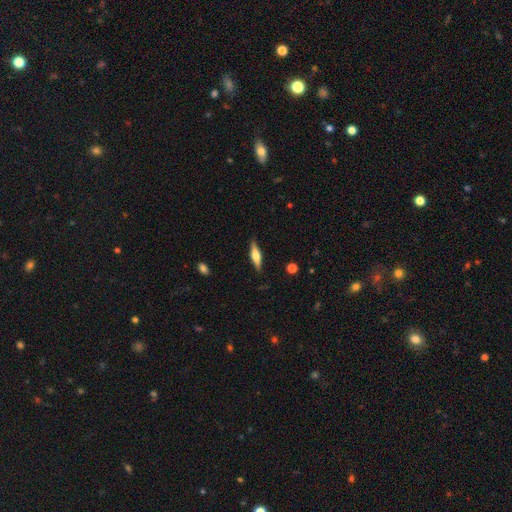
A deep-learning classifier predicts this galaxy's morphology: Smooth or featured? featured or disk (51%)
Edge-on disk? yes (94%)
Merging? none (87%)